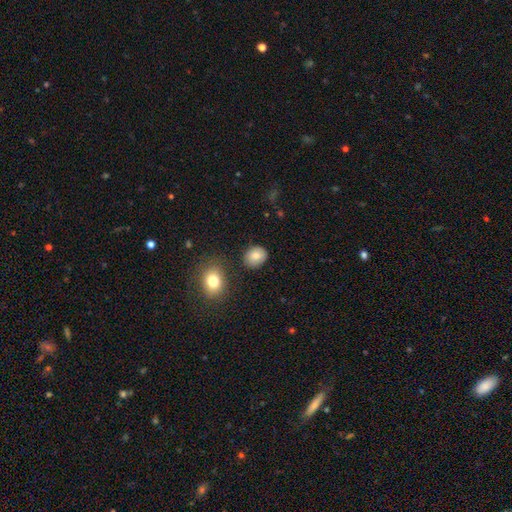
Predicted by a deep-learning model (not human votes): This is clearly a smooth galaxy (85%). How rounded: likely round (63%). Merging: clearly none (83%).